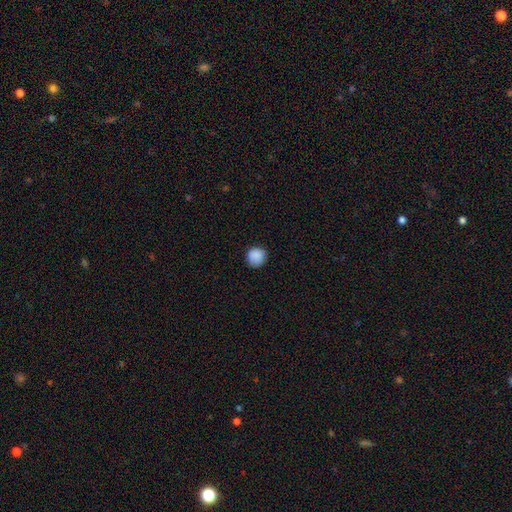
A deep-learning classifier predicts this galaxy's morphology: Overall: smooth (88%). How rounded: round (90%). Merging: none (83%).